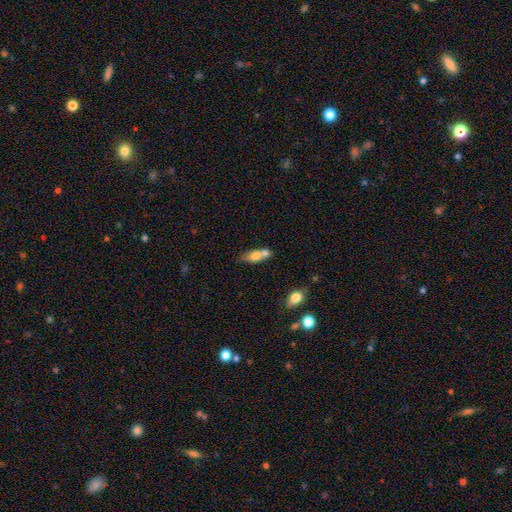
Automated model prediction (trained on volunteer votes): A smooth galaxy with no disk features (71%) that is in between round and cigar-shaped (72%). Merging: merger (52%).